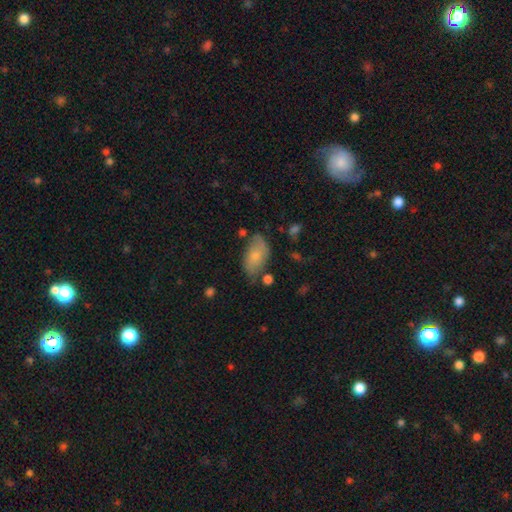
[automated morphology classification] This is likely a smooth galaxy (68%). How rounded: clearly in between (93%). Merging: likely none (61%).